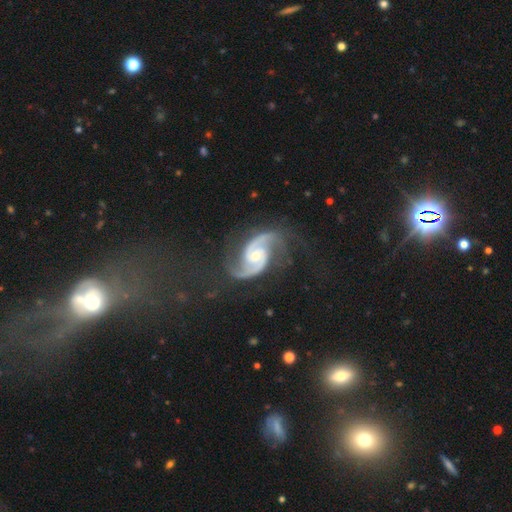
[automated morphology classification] smooth_or_featured: featured or disk (p=0.93) [alt: star or artifact p=0.04]
disk_edge_on: no (p=0.98) [alt: yes p=0.02]
bar: no (p=0.55) [alt: weak p=0.36]
has_spiral_arms: yes (p=0.99) [alt: no p=0.01]
spiral_winding: medium (p=0.57) [alt: loose p=0.24]
spiral_arm_count: 2 (p=0.94) [alt: can't tell p=0.01]
bulge_size: moderate (p=0.54) [alt: small p=0.40]
merging: none (p=0.72) [alt: minor disturbance p=0.17]